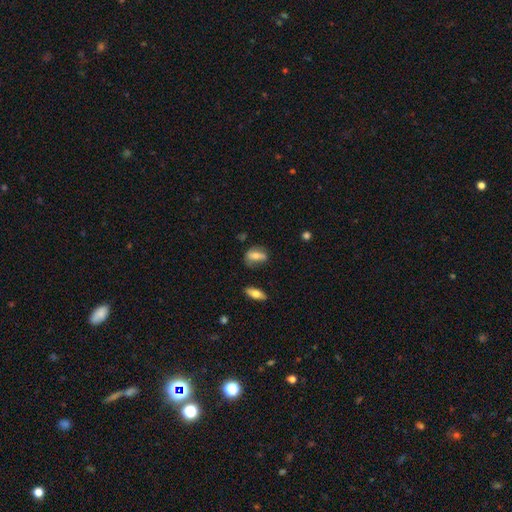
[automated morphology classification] smooth-or-featured: smooth: 63% | featured or disk: 29% | star or artifact: 9%
  how-rounded: in between: 75% | round: 14% | cigar-shaped: 11%
  merging: none: 60% | minor disturbance: 26% | major disturbance: 9% | merger: 5%